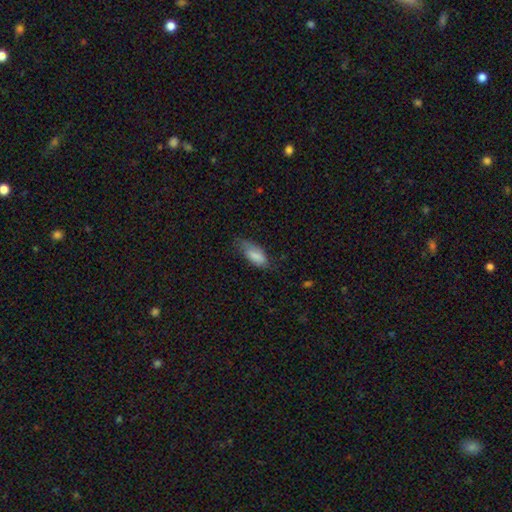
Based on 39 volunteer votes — A smooth galaxy with no disk features (79%) that is in between round and cigar-shaped (74%).

Vote fractions:
- Smooth or featured? smooth: 79% / featured or disk: 15% / star or artifact: 5%
- How rounded? in between: 74% / cigar-shaped: 19% / round: 6%
- Merging? minor disturbance: 41% / none: 32% / major disturbance: 22% / merger: 5%